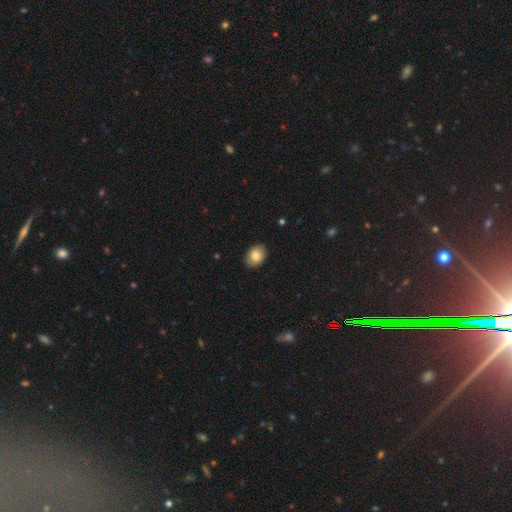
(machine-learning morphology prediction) Smooth or featured: smooth — 83% (featured or disk — 9%)
How rounded: in between — 70% (round — 29%)
Merging: none — 89% (minor disturbance — 8%)